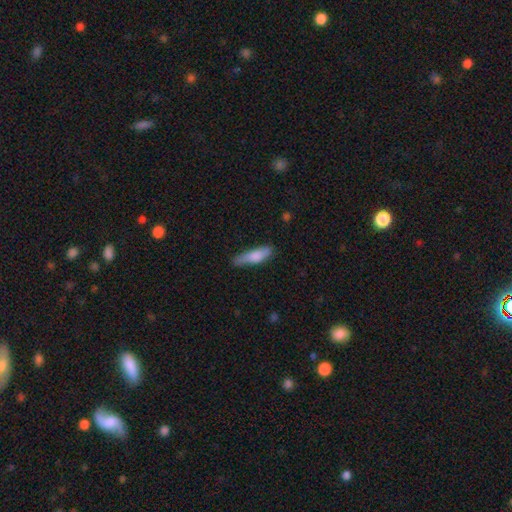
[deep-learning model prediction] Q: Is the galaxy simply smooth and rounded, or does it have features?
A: smooth — 76%.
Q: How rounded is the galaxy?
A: cigar-shaped — 62%.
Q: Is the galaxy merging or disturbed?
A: none — 66%.